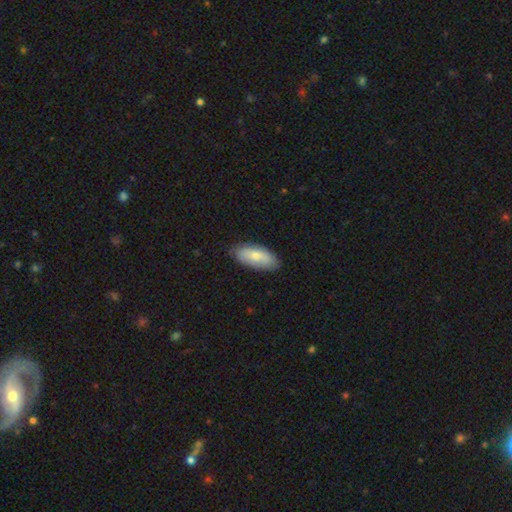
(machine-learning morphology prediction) A smooth galaxy with no disk features (70%) that is in between round and cigar-shaped (85%).

Vote fractions:
- Smooth or featured? smooth: 70% / featured or disk: 24% / star or artifact: 6%
- How rounded? in between: 85% / cigar-shaped: 13% / round: 2%
- Merging? none: 82% / minor disturbance: 15% / major disturbance: 2% / merger: 1%